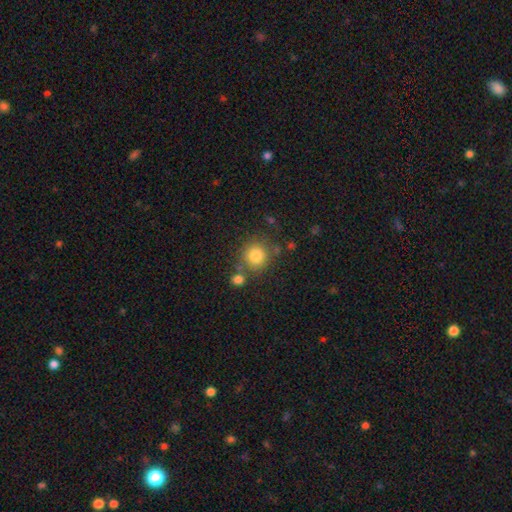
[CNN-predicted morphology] A smooth galaxy with no disk features (81%) that is round (91%).

Vote fractions:
- Smooth or featured? smooth: 81% / star or artifact: 11% / featured or disk: 8%
- How rounded? round: 91% / in between: 8% / cigar-shaped: 1%
- Merging? none: 74% / merger: 12% / minor disturbance: 11% / major disturbance: 4%